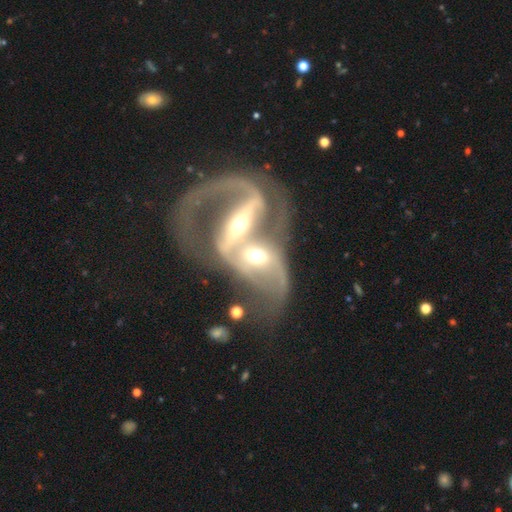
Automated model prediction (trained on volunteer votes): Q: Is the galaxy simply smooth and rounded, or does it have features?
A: featured or disk — 76%.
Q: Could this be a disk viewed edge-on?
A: no — 88%.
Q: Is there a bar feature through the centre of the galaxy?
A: strong — 37%.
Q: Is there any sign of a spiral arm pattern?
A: yes — 76%.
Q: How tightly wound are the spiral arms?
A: loose — 58%.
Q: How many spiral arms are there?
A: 2 — 68%.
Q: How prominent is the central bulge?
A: moderate — 62%.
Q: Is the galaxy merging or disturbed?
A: merger — 81%.